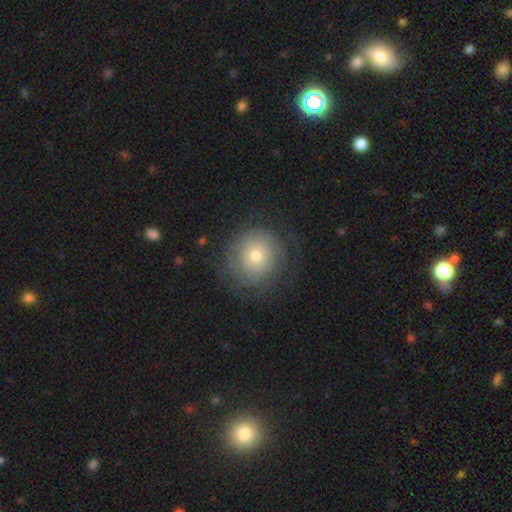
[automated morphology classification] Smooth or featured? smooth (46%)
Merging? none (73%)